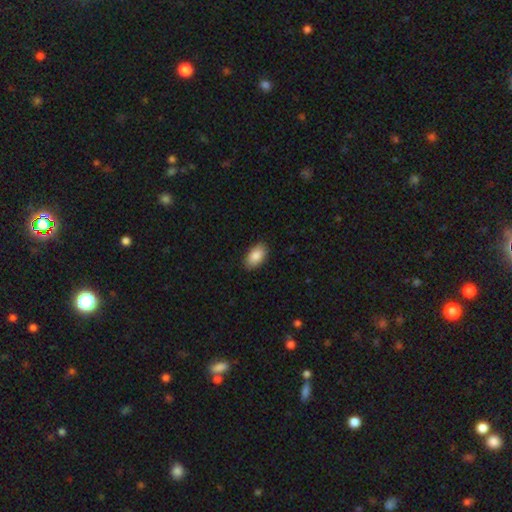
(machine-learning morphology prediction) smooth 87%, star or artifact 7%, featured or disk 6%. Down the decision tree: how rounded — in between (94%); merging — none (88%).